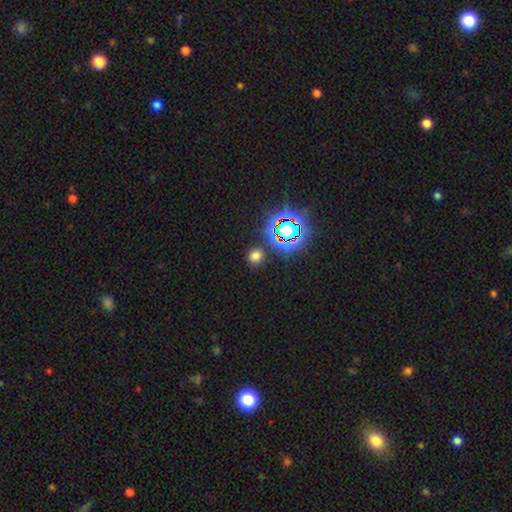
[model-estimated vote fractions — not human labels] Smooth or featured? smooth (65%)
How rounded? round (78%)
Merging? none (86%)